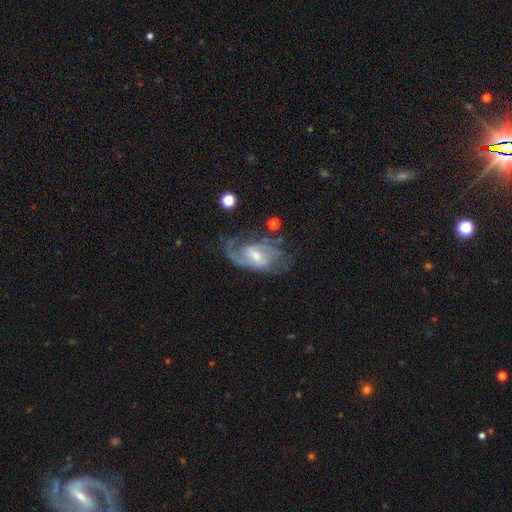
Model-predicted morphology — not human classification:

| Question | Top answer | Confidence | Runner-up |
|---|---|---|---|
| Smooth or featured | featured or disk | 85% | smooth (9%) |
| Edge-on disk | no | 96% | yes (4%) |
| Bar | weak | 53% | no (33%) |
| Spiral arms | yes | 95% | no (5%) |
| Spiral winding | medium | 47% | tight (33%) |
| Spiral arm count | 2 | 53% | can't tell (18%) |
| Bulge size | small | 47% | tied: moderate (47%) |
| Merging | none | 59% | minor disturbance (21%) |